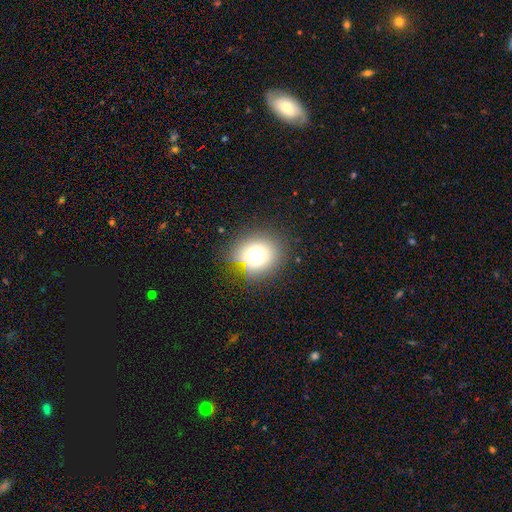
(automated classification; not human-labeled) This appears to be a smooth galaxy with no disk features (68%) that is round (66%). Merging: none (72%).